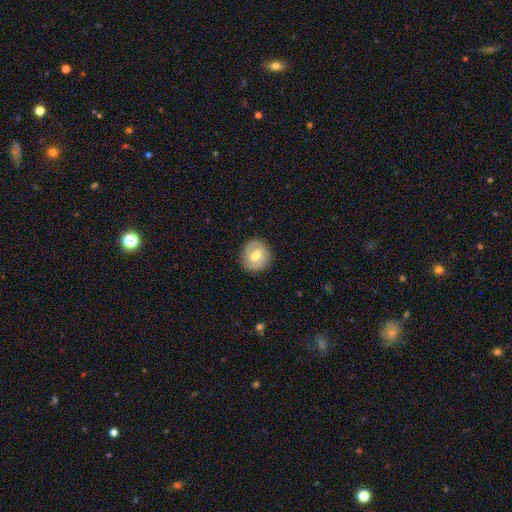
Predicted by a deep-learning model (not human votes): Smooth or featured: featured or disk — 58% (smooth — 36%)
Edge-on disk: no — 97% (yes — 3%)
Bar: weak — 54% (no — 24%)
Spiral arms: yes — 74% (no — 26%)
Bulge size: moderate — 71% (small — 23%)
Merging: none — 86% (minor disturbance — 10%)